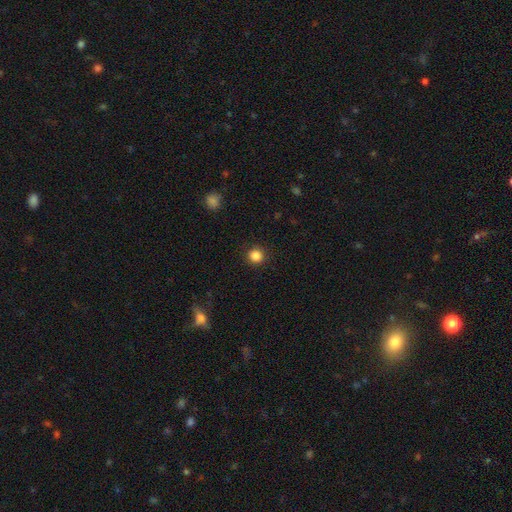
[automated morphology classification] smooth-or-featured: smooth: 85% | star or artifact: 12% | featured or disk: 3%
  how-rounded: round: 94% | in between: 5% | cigar-shaped: 1%
  merging: none: 91% | minor disturbance: 6% | major disturbance: 2% | merger: 1%